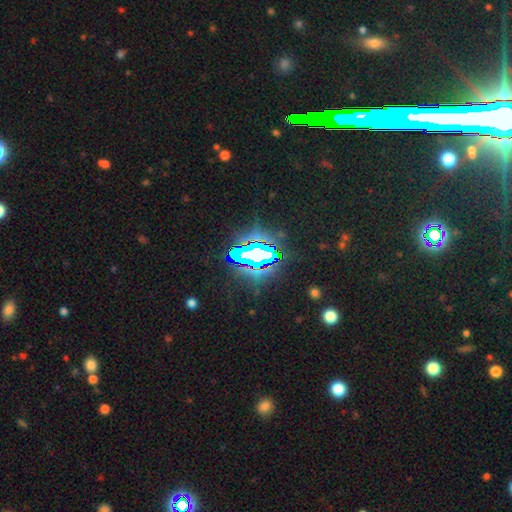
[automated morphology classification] Smooth or featured? star or artifact (72%)